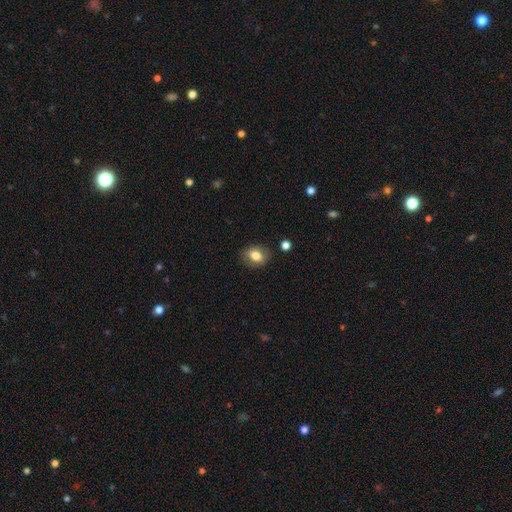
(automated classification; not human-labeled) Smooth or featured? smooth (78%)
How rounded? in between (59%)
Merging? none (81%)